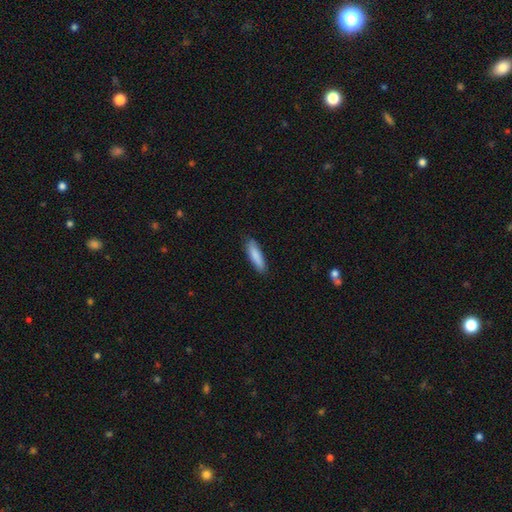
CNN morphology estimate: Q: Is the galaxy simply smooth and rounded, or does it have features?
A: smooth — 86%.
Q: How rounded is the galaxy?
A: cigar-shaped — 69%.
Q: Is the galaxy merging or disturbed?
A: none — 85%.